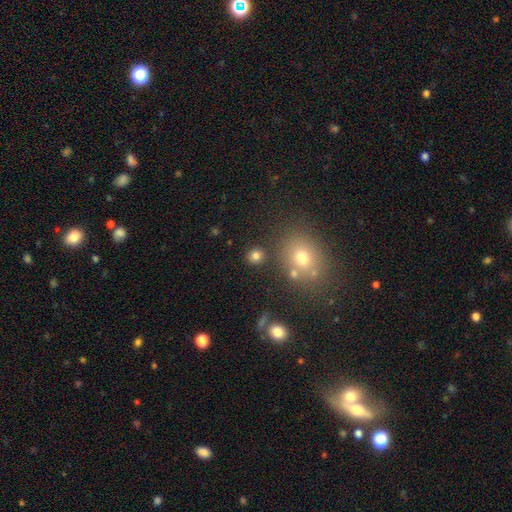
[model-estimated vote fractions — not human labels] smooth 80%, star or artifact 14%, featured or disk 7%. Down the decision tree: how rounded — round (84%); merging — none (83%).